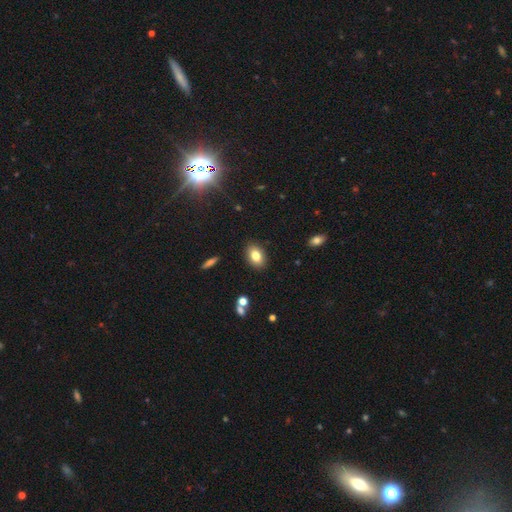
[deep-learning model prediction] smooth_or_featured: smooth (p=0.81) [alt: featured or disk p=0.10]
how_rounded: in between (p=0.83) [alt: round p=0.16]
merging: none (p=0.88) [alt: minor disturbance p=0.08]